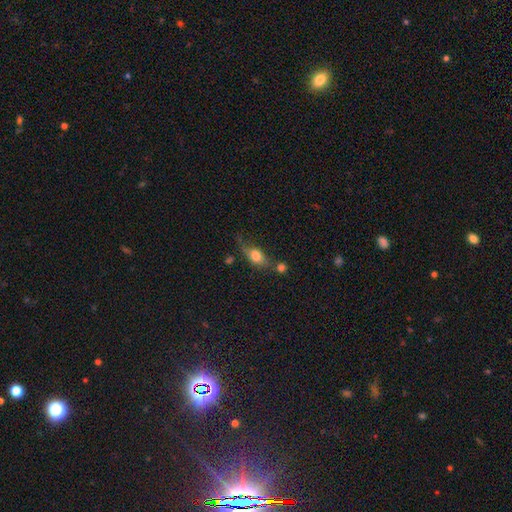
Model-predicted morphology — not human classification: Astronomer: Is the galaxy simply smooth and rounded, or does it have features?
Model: smooth — 63%.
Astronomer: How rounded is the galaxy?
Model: in between — 65%.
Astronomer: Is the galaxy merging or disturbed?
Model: none — 41% (runner-up: minor disturbance, 24%).